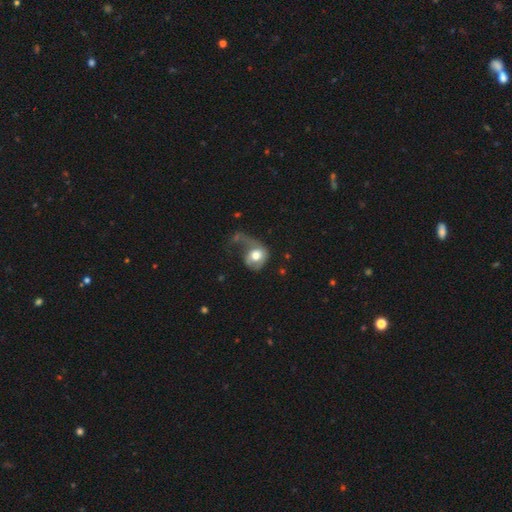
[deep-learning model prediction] smooth-or-featured: smooth: 57% | featured or disk: 36% | star or artifact: 7%
  how-rounded: round: 60% | in between: 39% | cigar-shaped: 1%
  merging: major disturbance: 60% | minor disturbance: 17% | none: 17% | merger: 7%